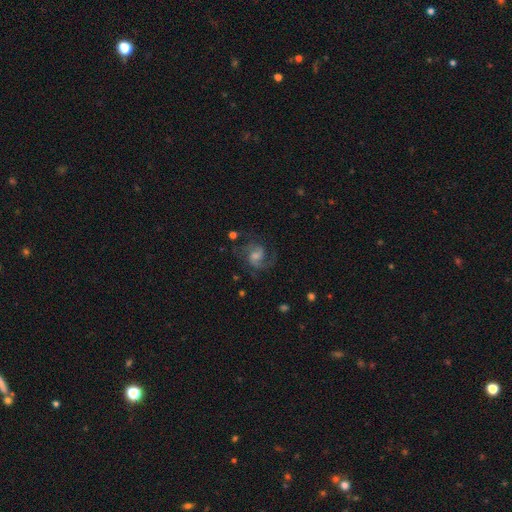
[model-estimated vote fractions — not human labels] smooth_or_featured: featured or disk (p=0.79) [alt: smooth p=0.11]
disk_edge_on: no (p=0.98) [alt: yes p=0.02]
bar: weak (p=0.49) [alt: no p=0.40]
has_spiral_arms: yes (p=0.96) [alt: no p=0.04]
spiral_winding: medium (p=0.57) [alt: loose p=0.24]
spiral_arm_count: 2 (p=0.76) [alt: 3 p=0.08]
bulge_size: moderate (p=0.40) [alt: small p=0.39]
merging: none (p=0.70) [alt: minor disturbance p=0.15]